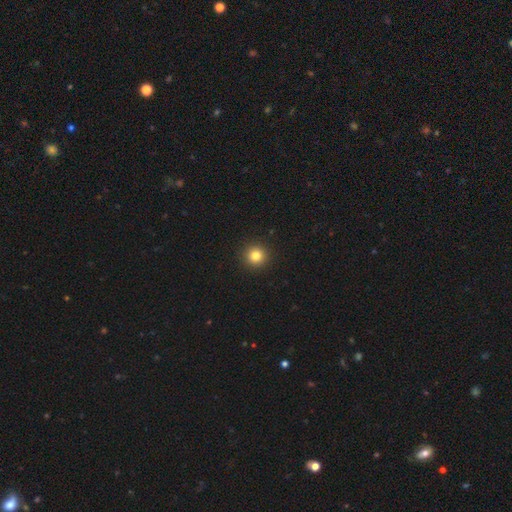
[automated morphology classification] Smooth or featured? Predicted: smooth (p=0.82). How rounded? Predicted: round (p=0.95). Merging? Predicted: none (p=0.93).